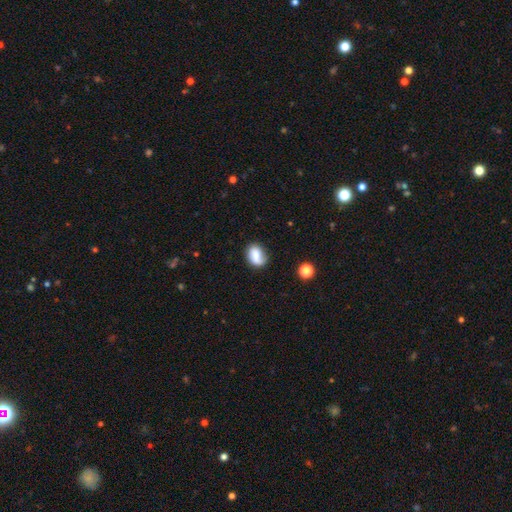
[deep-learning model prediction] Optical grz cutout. It shows a smooth galaxy with no disk features (72%) that is in between round and cigar-shaped (69%). Merging: none (63%).